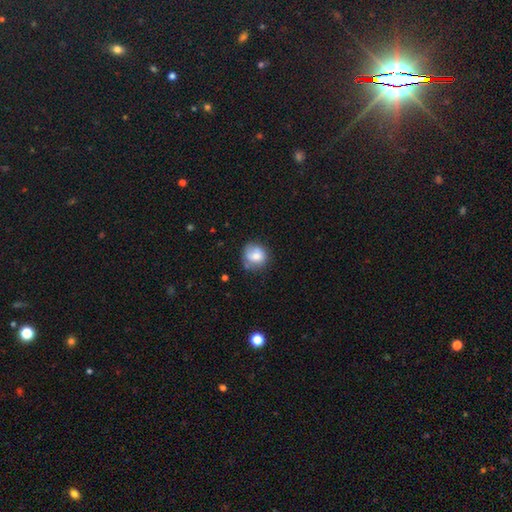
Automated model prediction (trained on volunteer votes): A smooth galaxy with no disk features (73%) that is round (82%).

Vote fractions:
- Smooth or featured? smooth: 73% / featured or disk: 18% / star or artifact: 9%
- How rounded? round: 82% / in between: 17% / cigar-shaped: 1%
- Merging? none: 59% / minor disturbance: 27% / major disturbance: 8% / merger: 6%